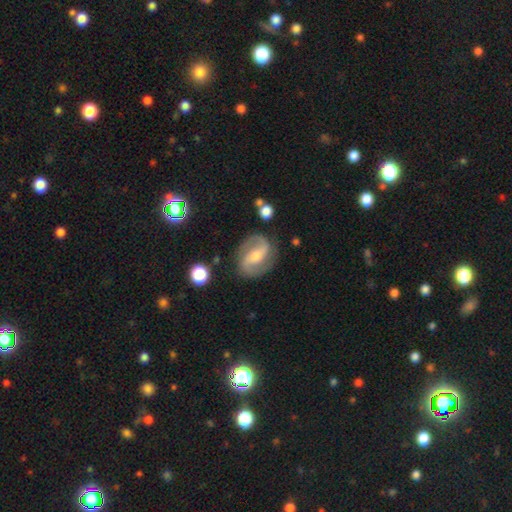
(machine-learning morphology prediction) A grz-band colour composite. It shows a featured or disk galaxy (86%) with a weak bar (39%), 2 (93%) medium (52%) spiral arms (96%) and a moderate central bulge (53%). Merging: none (83%).